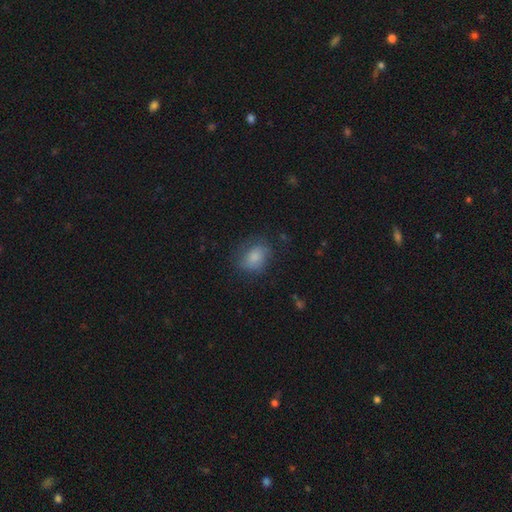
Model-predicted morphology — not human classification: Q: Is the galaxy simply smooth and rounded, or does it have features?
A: smooth — 71%.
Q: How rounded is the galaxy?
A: in between — 61%.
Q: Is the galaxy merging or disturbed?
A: none — 69%.